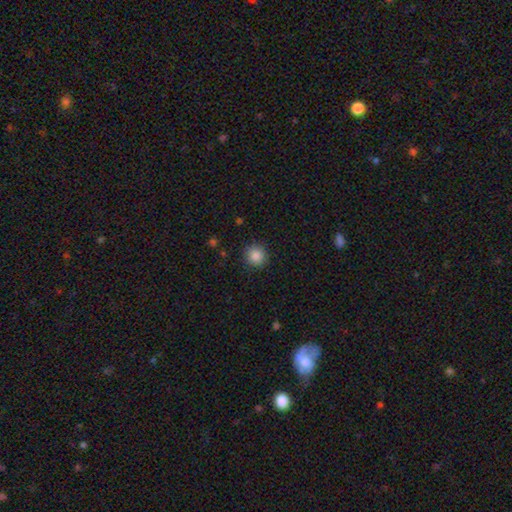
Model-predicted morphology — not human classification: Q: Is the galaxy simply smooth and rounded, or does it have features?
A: smooth — 87%.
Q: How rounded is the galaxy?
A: round — 94%.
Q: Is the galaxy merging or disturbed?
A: none — 90%.